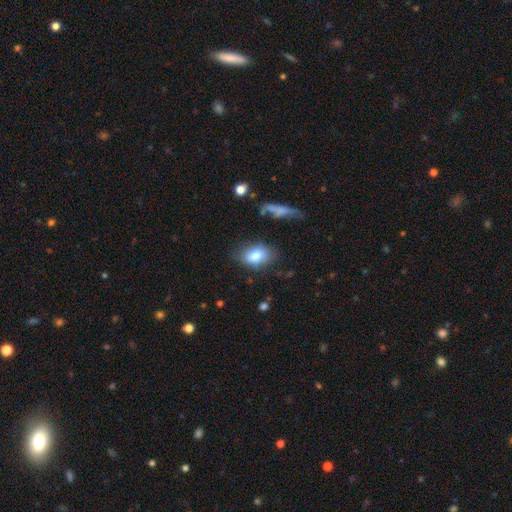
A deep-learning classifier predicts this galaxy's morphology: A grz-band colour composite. It shows a smooth galaxy with no disk features (82%) that is in between round and cigar-shaped (85%). Merging: none (75%).